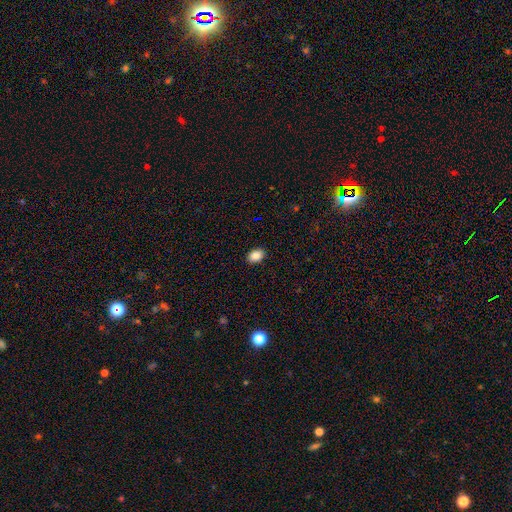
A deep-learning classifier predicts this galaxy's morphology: smooth 87%, star or artifact 9%, featured or disk 4%. Down the decision tree: how rounded — in between (78%); merging — none (90%).